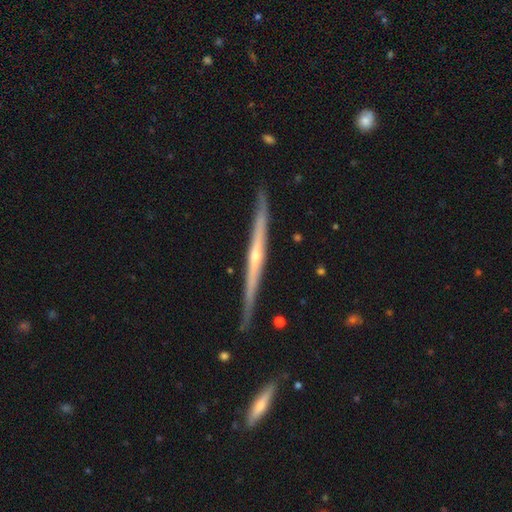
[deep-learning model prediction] Smooth or featured?
  - featured or disk: 81% *
  - smooth: 14%
  - star or artifact: 5%
Edge-on disk?
  - yes: 98% *
  - no: 2%
Edge-on bulge?
  - rounded: 64% *
  - none: 32%
  - boxy: 5%
Merging?
  - none: 87% *
  - minor disturbance: 10%
  - merger: 2%
  - major disturbance: 2%